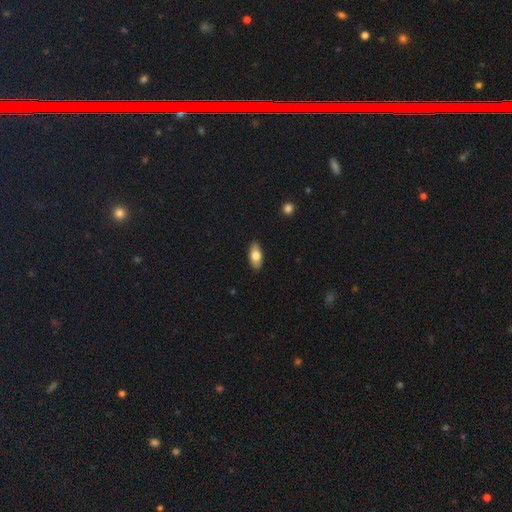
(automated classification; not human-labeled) Smooth or featured: smooth — 76% (featured or disk — 18%)
How rounded: in between — 87% (cigar-shaped — 10%)
Merging: none — 89% (minor disturbance — 8%)